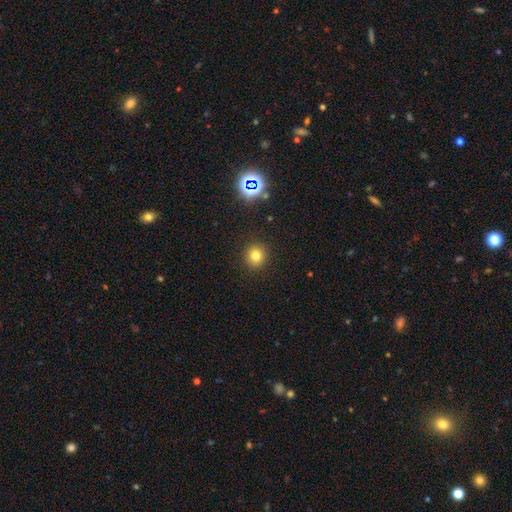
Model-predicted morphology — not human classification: This is likely a smooth galaxy (77%). How rounded: clearly round (92%). Merging: clearly none (91%).